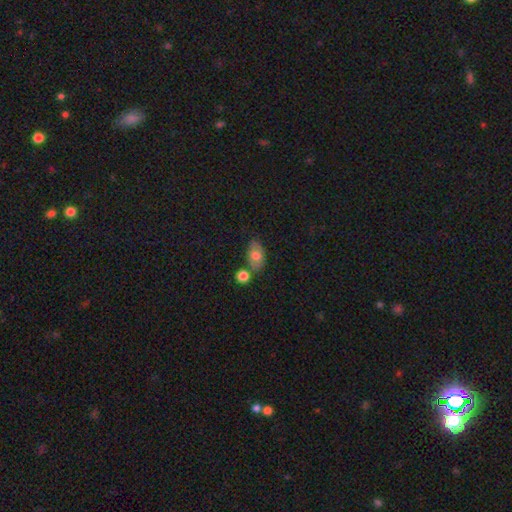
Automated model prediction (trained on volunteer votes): Overall: smooth (69%). How rounded: in between (86%). Merging: none (59%).